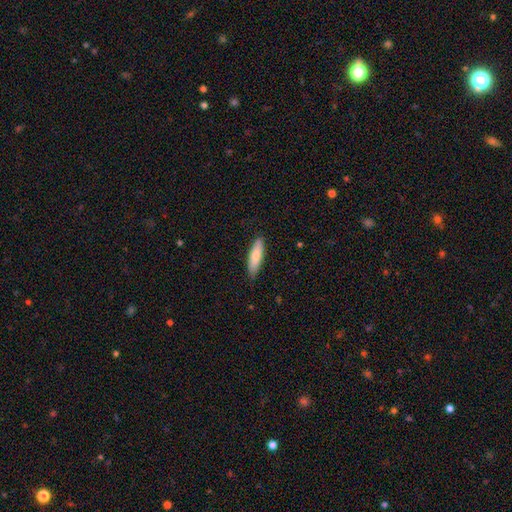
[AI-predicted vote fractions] smooth_or_featured: smooth (p=0.75) [alt: featured or disk p=0.19]
how_rounded: cigar-shaped (p=0.61) [alt: in between p=0.38]
merging: none (p=0.85) [alt: minor disturbance p=0.12]